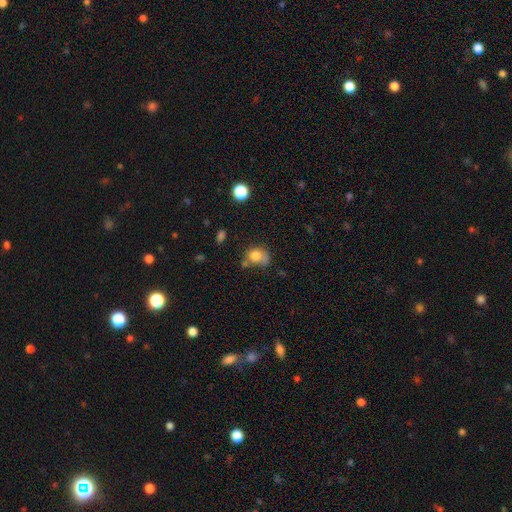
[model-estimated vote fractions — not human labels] Overall: smooth (75%). How rounded: round (63%; in between 36%). Merging: none (38%; minor disturbance 26%).